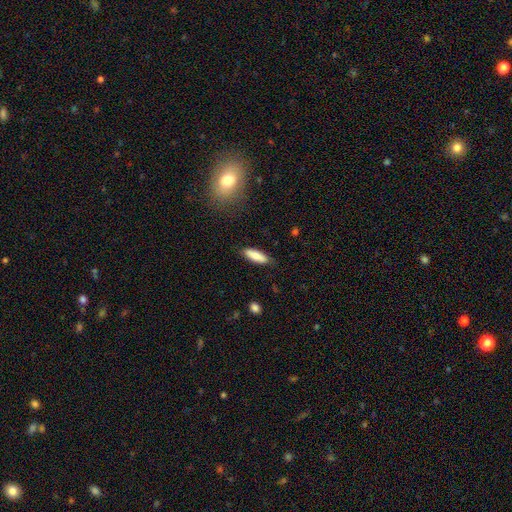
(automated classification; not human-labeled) This appears to be a smooth galaxy with no disk features (82%) that is in between round and cigar-shaped (55%). Merging: none (83%).